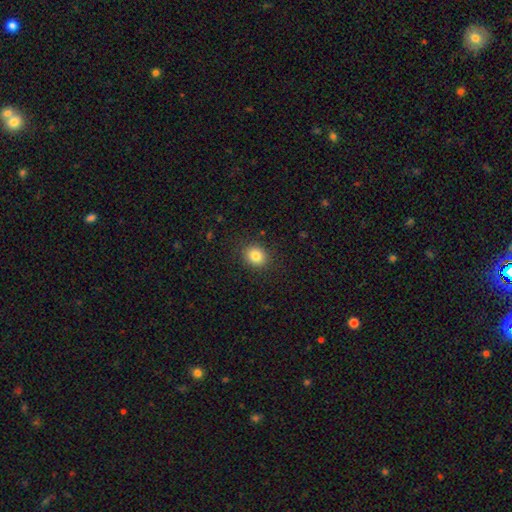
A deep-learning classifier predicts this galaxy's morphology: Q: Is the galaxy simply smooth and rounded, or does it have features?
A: smooth — 83%.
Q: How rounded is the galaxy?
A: round — 69%.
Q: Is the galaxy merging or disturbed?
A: none — 88%.